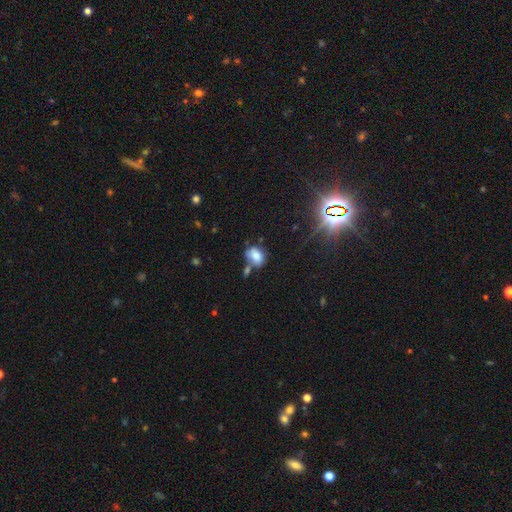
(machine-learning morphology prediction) A smooth galaxy with no disk features (75%) that is in between round and cigar-shaped (67%).

Vote fractions:
- Smooth or featured? smooth: 75% / featured or disk: 13% / star or artifact: 12%
- How rounded? in between: 67% / round: 31% / cigar-shaped: 1%
- Merging? none: 44% / merger: 27% / minor disturbance: 21% / major disturbance: 8%